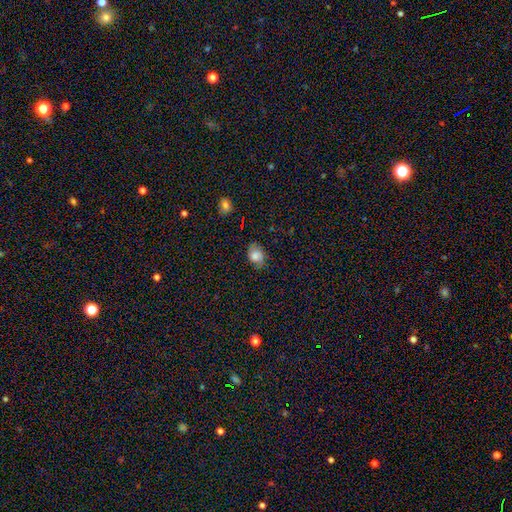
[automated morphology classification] Overall: smooth (73%). How rounded: in between (66%; round 33%). Merging: none (74%).